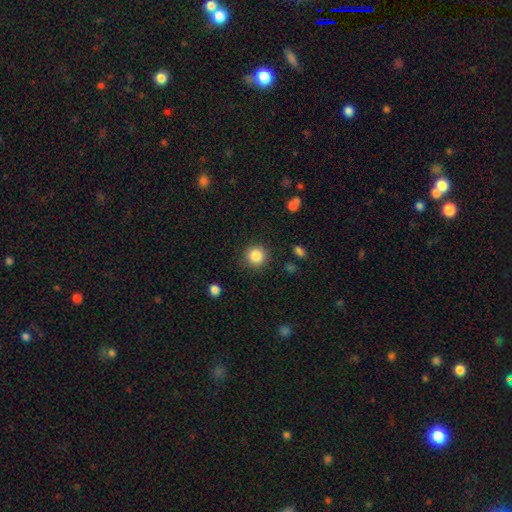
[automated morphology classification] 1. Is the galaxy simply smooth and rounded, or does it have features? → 86% smooth, 10% star or artifact, 4% featured or disk.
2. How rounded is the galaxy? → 93% round, 6% in between, 1% cigar-shaped.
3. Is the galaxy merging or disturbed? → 88% none, 8% minor disturbance, 3% major disturbance, 1% merger.